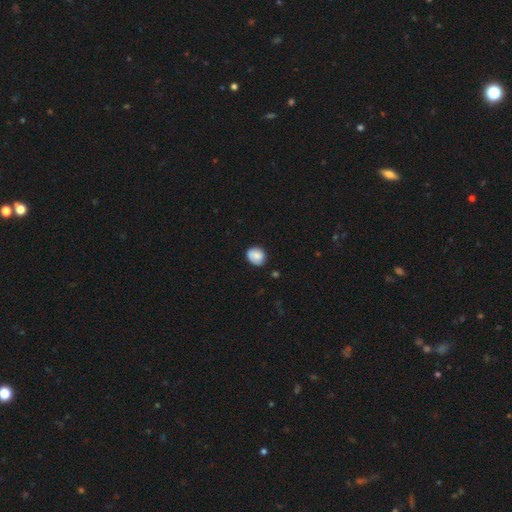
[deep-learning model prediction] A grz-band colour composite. It shows a smooth galaxy with no disk features (77%) that is round (55%). Merging: none (73%).